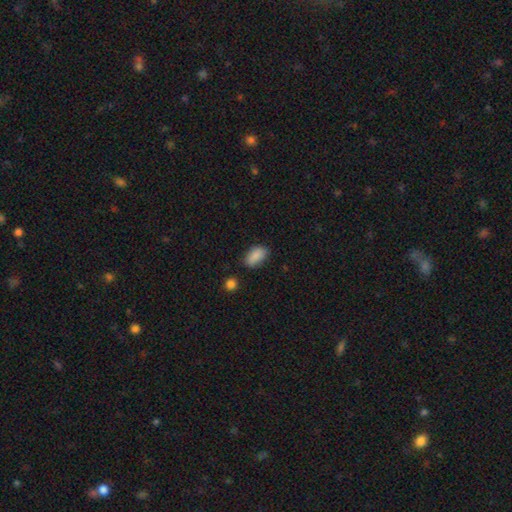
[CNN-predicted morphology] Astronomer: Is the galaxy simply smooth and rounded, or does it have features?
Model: smooth — 88%.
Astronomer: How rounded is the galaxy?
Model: in between — 92%.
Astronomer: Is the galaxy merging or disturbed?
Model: none — 78%.